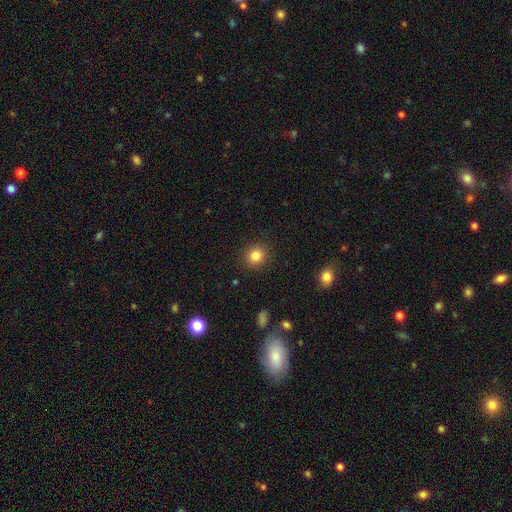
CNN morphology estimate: Smooth or featured? smooth (84%)
How rounded? round (87%)
Merging? none (90%)